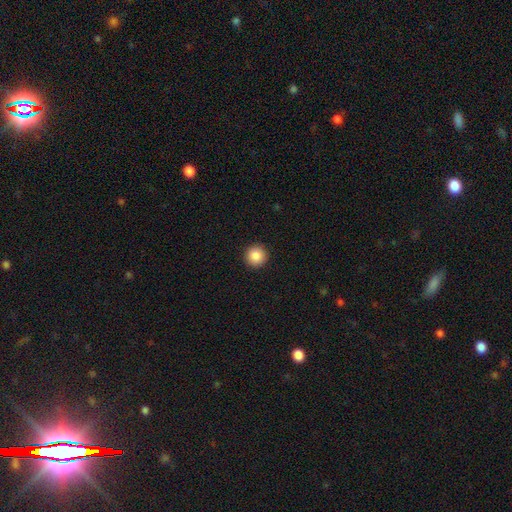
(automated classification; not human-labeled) This appears to be a smooth galaxy with no disk features (87%) that is round (96%). Merging: none (93%).